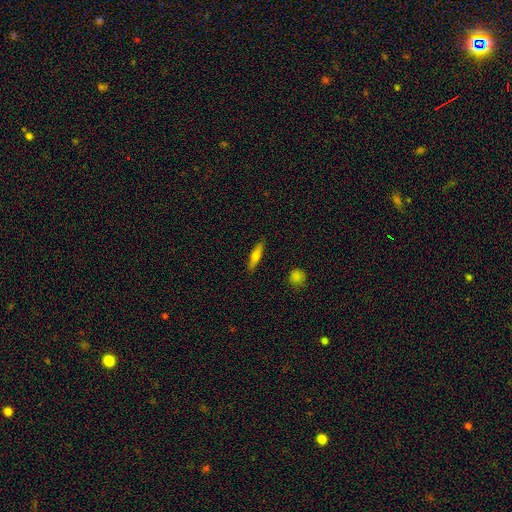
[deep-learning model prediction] This appears to be a smooth galaxy with no disk features (57%) that is cigar-shaped (78%). Merging: none (88%).